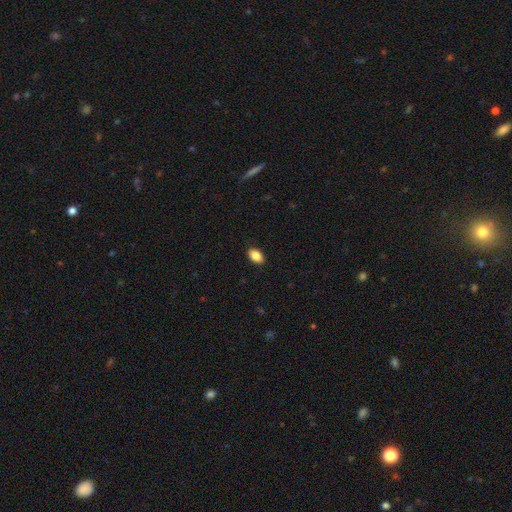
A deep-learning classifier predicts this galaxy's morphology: A smooth galaxy with no disk features (87%) that is in between round and cigar-shaped (89%).

Vote fractions:
- Smooth or featured? smooth: 87% / star or artifact: 8% / featured or disk: 5%
- How rounded? in between: 89% / round: 10% / cigar-shaped: 1%
- Merging? none: 89% / minor disturbance: 8% / major disturbance: 2% / merger: 1%